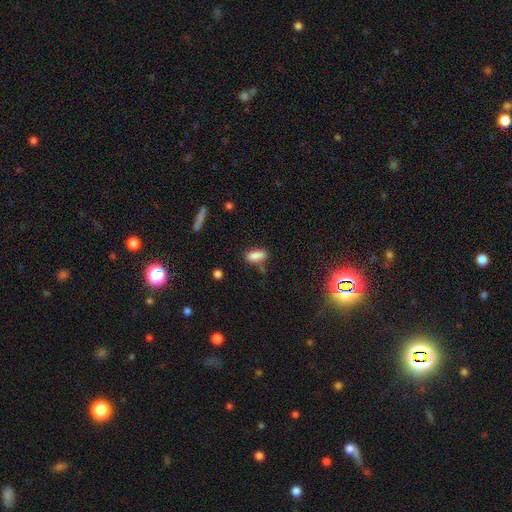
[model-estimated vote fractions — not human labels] smooth 85%, star or artifact 9%, featured or disk 6%. Down the decision tree: how rounded — in between (80%); merging — none (67%).